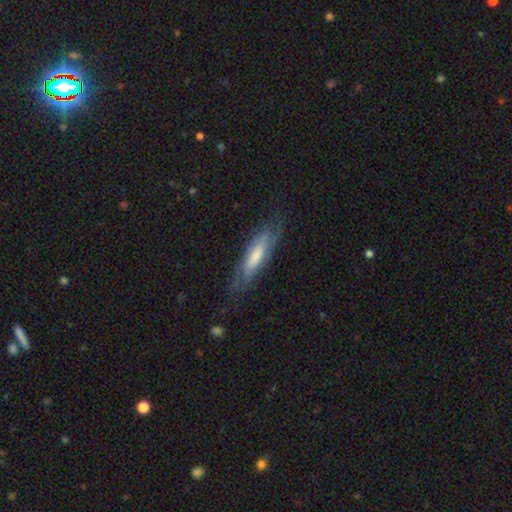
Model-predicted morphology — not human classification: Smooth or featured? Predicted: featured or disk (p=0.49). Merging? Predicted: none (p=0.73).